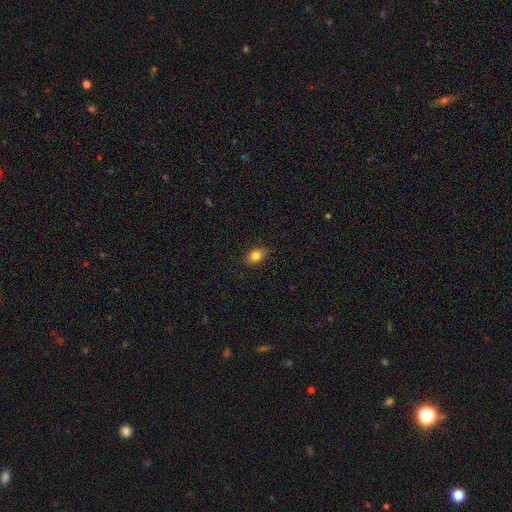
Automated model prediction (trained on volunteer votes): smooth-or-featured: smooth: 82% | star or artifact: 9% | featured or disk: 9%
  how-rounded: in between: 78% | round: 20% | cigar-shaped: 3%
  merging: none: 85% | minor disturbance: 12% | major disturbance: 2% | merger: 1%